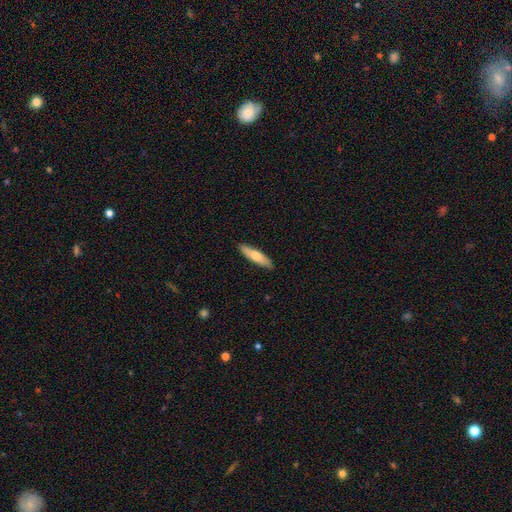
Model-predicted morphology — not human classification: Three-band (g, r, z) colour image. It shows a smooth galaxy with no disk features (70%) that is cigar-shaped (74%). Merging: none (89%).